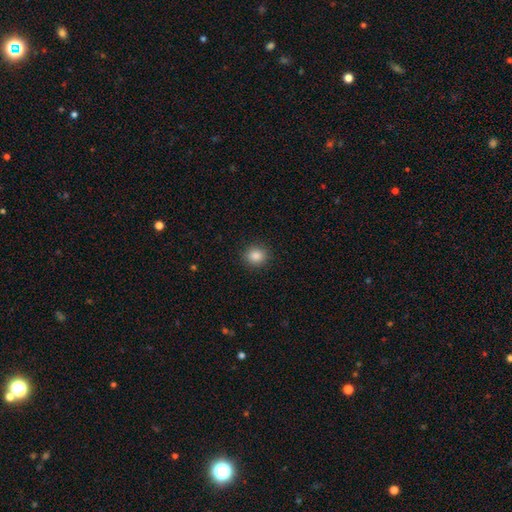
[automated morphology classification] The model was most divided on "how rounded": round: 77%, in between: 22%, cigar-shaped: 1%. More confident: merging — none (91%); smooth or featured — smooth (86%).